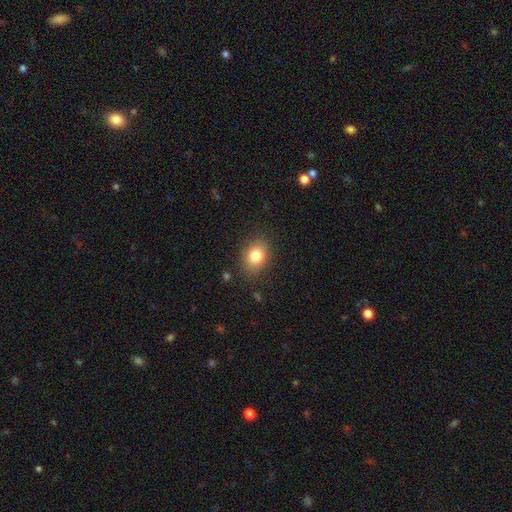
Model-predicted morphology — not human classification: smooth-or-featured: smooth: 81% | star or artifact: 10% | featured or disk: 9%
  how-rounded: in between: 61% | round: 38% | cigar-shaped: 1%
  merging: none: 85% | minor disturbance: 11% | major disturbance: 3% | merger: 1%